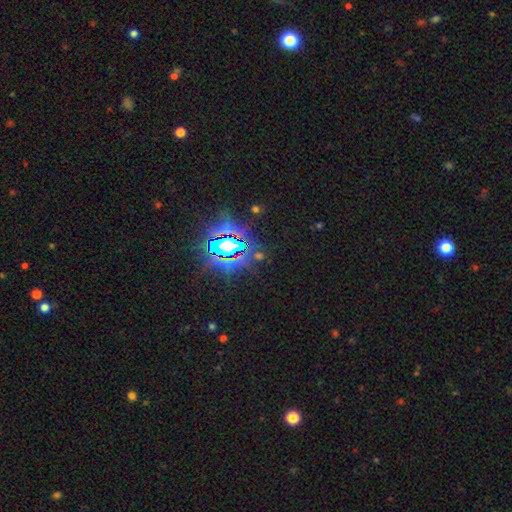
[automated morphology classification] Smooth or featured?
  - star or artifact: 78% *
  - smooth: 14%
  - featured or disk: 9%